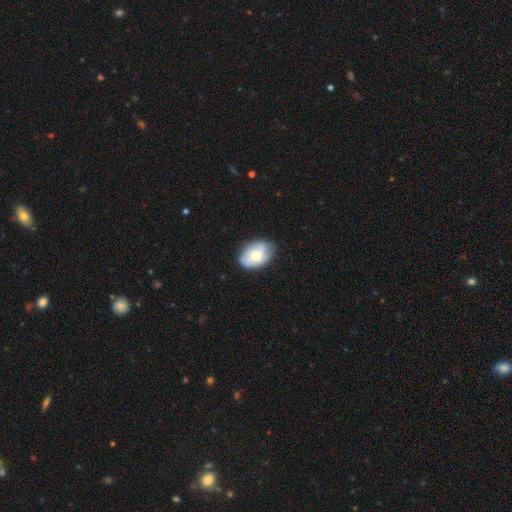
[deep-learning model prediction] smooth 57%, featured or disk 36%, star or artifact 7%. Down the decision tree: how rounded — in between (79%); merging — none (72%).